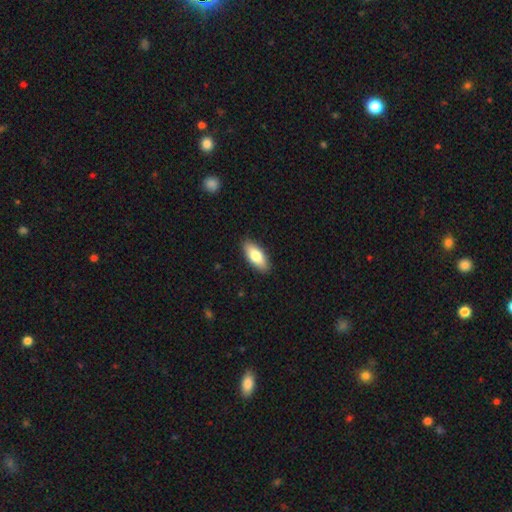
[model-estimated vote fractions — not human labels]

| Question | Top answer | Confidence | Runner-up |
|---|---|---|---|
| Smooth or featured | smooth | 76% | featured or disk (18%) |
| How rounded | in between | 80% | cigar-shaped (17%) |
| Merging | none | 89% | minor disturbance (8%) |